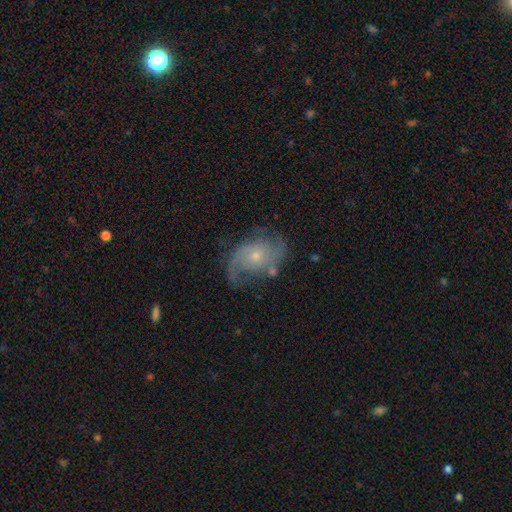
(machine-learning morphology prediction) A featured or disk galaxy (84%) with no bar (69%), 2 (83%) medium (46%) spiral arms (95%) and a small central bulge (61%). Merging: none (68%).